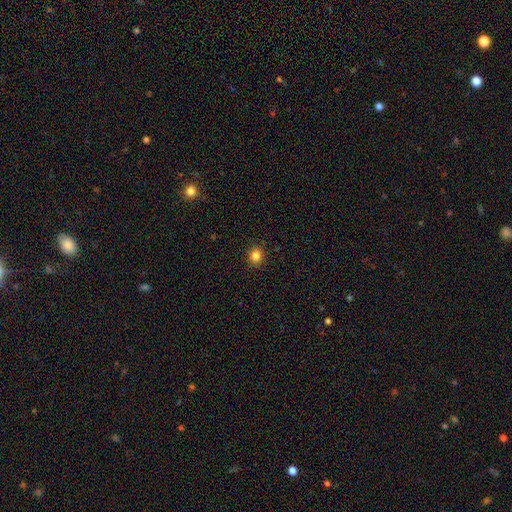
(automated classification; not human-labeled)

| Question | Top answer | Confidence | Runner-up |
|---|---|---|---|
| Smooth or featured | smooth | 84% | star or artifact (12%) |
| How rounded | round | 82% | in between (17%) |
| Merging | none | 91% | minor disturbance (6%) |